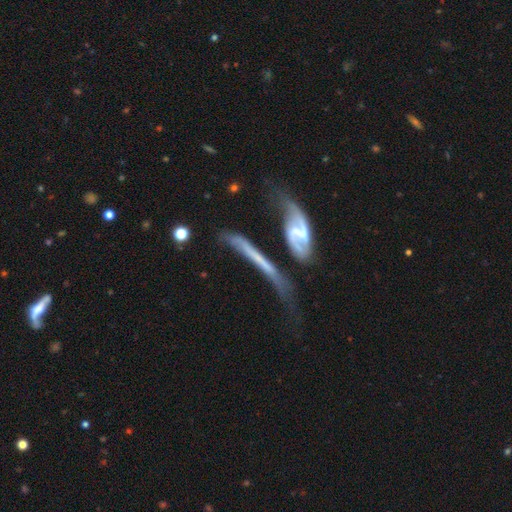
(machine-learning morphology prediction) Q: Smooth or featured?
A: featured or disk (65%); runner-up: smooth (24%)
Q: Edge-on disk?
A: no (51%); runner-up: yes (49%)
Q: Merging?
A: merger (39%); runner-up: none (27%)